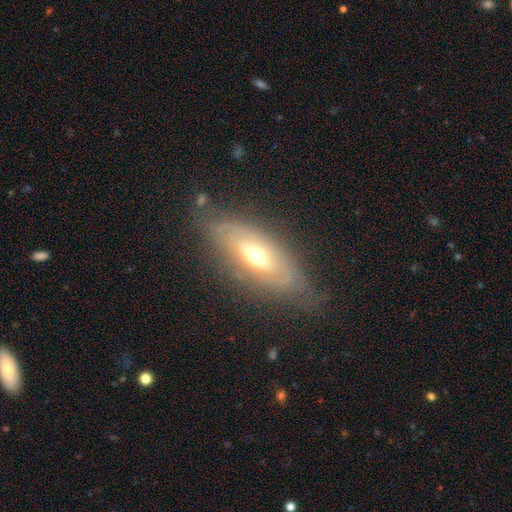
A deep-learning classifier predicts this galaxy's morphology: A featured or disk galaxy (63%).

Vote fractions:
- Smooth or featured? featured or disk: 63% / smooth: 30% / star or artifact: 7%
- Edge-on disk? no: 71% / yes: 29%
- Merging? none: 69% / minor disturbance: 22% / major disturbance: 8% / merger: 2%